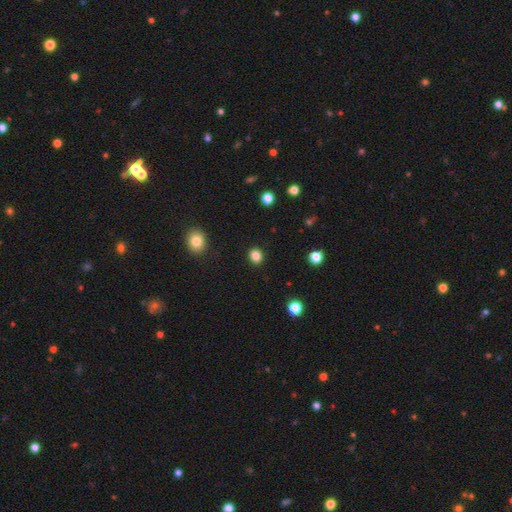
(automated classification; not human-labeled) The model was most divided on "how rounded": round: 75%, in between: 24%, cigar-shaped: 1%. More confident: merging — none (91%); smooth or featured — smooth (85%).